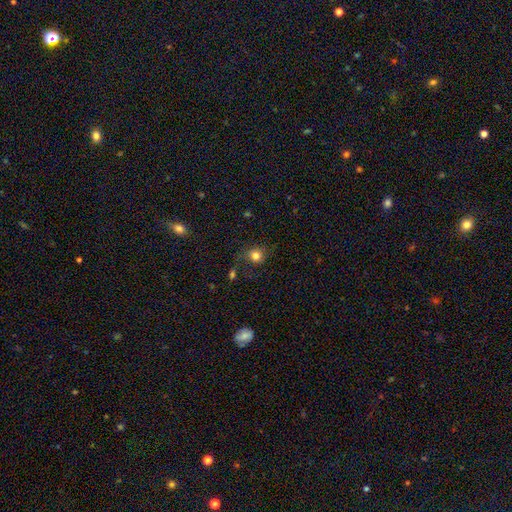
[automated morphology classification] Smooth or featured?
  - smooth: 79% *
  - star or artifact: 12%
  - featured or disk: 9%
How rounded?
  - round: 79% *
  - in between: 20%
  - cigar-shaped: 1%
Merging?
  - none: 70% *
  - minor disturbance: 17%
  - major disturbance: 10%
  - merger: 4%